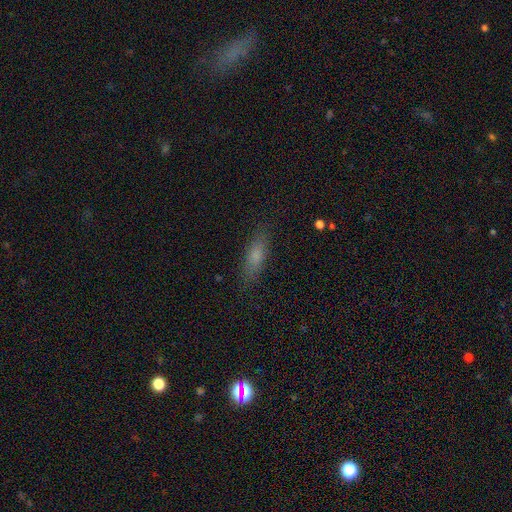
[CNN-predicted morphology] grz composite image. It shows a smooth galaxy with no disk features (72%) that is cigar-shaped (53%). Merging: none (84%).